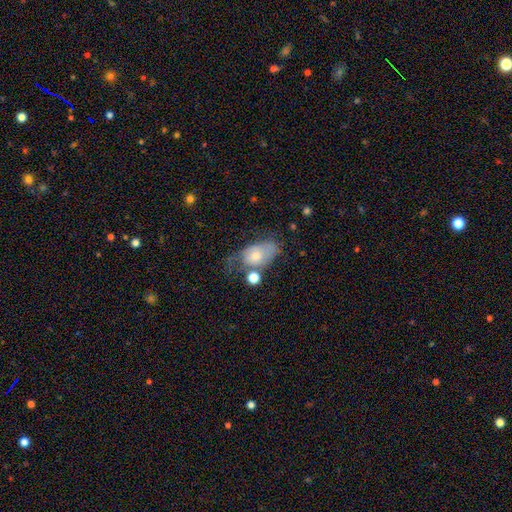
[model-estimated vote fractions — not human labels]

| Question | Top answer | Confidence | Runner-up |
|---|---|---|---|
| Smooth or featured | smooth | 59% | featured or disk (32%) |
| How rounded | in between | 86% | round (11%) |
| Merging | none | 29% | tied: major disturbance (29%) |